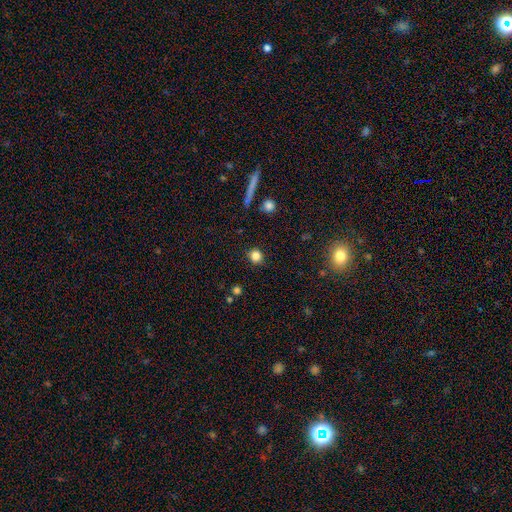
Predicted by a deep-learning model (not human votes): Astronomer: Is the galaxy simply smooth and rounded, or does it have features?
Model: smooth — 83%.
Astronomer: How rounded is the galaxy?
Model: round — 87%.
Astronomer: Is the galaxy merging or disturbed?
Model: none — 90%.